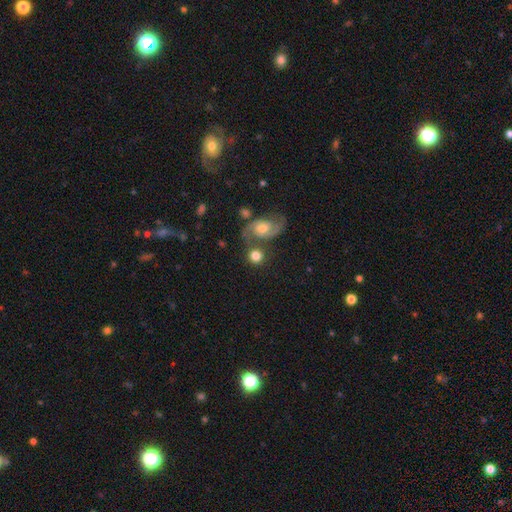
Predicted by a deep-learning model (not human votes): Smooth or featured?
  - smooth: 67% *
  - featured or disk: 24%
  - star or artifact: 9%
How rounded?
  - round: 85% *
  - in between: 14%
  - cigar-shaped: 1%
Merging?
  - none: 60% *
  - merger: 24%
  - minor disturbance: 11%
  - major disturbance: 5%